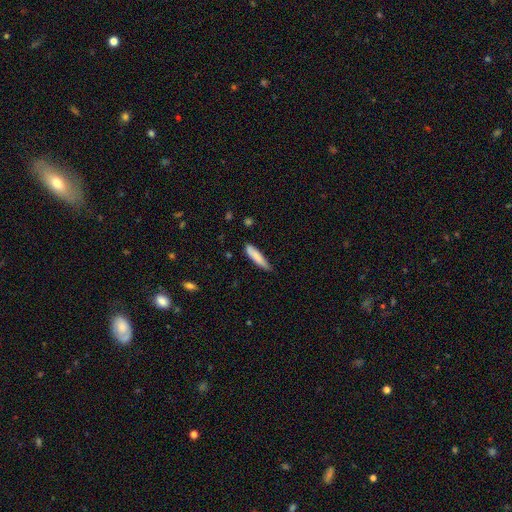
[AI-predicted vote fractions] Smooth or featured: smooth — 83% (featured or disk — 11%)
How rounded: cigar-shaped — 83% (in between — 15%)
Merging: none — 72% (minor disturbance — 23%)